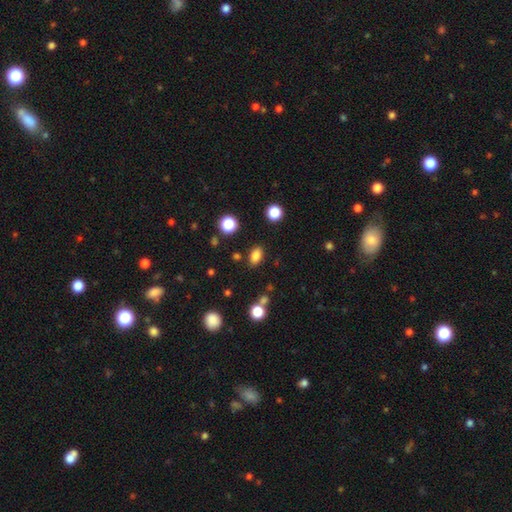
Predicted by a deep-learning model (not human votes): Smooth or featured?
  - smooth: 83% *
  - star or artifact: 11%
  - featured or disk: 5%
How rounded?
  - in between: 84% *
  - round: 13%
  - cigar-shaped: 2%
Merging?
  - none: 83% *
  - minor disturbance: 10%
  - merger: 4%
  - major disturbance: 3%